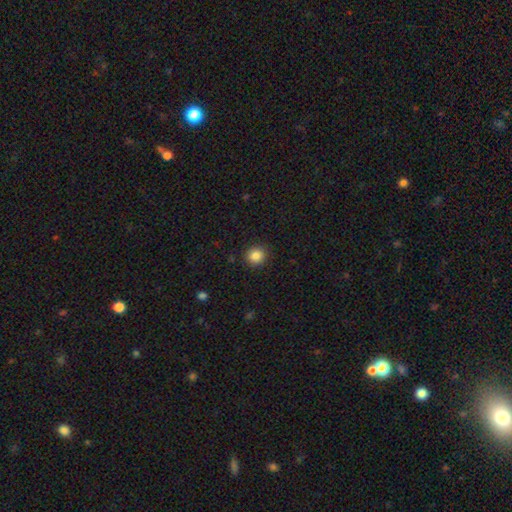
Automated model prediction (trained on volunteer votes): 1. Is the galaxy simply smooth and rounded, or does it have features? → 86% smooth, 10% star or artifact, 4% featured or disk.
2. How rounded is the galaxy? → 91% round, 8% in between, 1% cigar-shaped.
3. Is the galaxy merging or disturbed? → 91% none, 6% minor disturbance, 2% major disturbance, 1% merger.